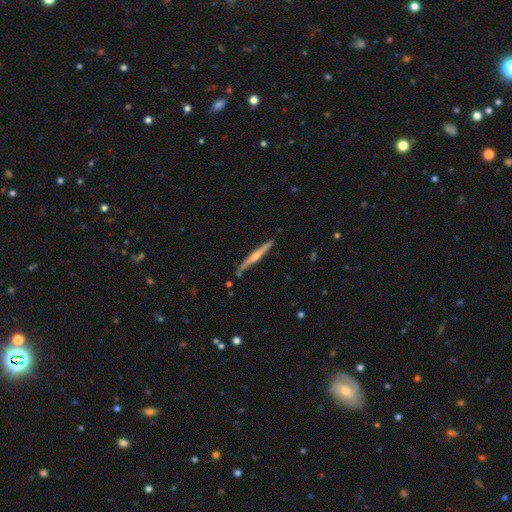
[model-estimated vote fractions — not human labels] Smooth or featured? featured or disk (72%)
Edge-on disk? yes (97%)
Edge-on bulge? rounded (74%)
Merging? none (85%)